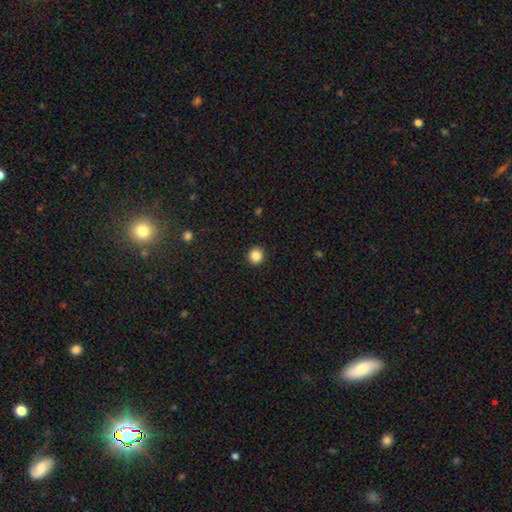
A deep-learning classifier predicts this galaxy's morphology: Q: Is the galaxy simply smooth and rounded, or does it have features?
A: smooth — 86%.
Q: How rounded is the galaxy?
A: round — 90%.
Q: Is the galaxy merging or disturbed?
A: none — 93%.